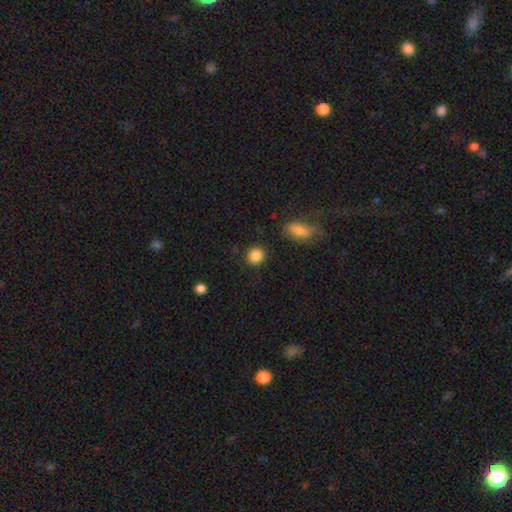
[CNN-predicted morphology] The model was most divided on "how rounded": round: 83%, in between: 16%, cigar-shaped: 1%. More confident: smooth or featured — smooth (87%); merging — none (85%).